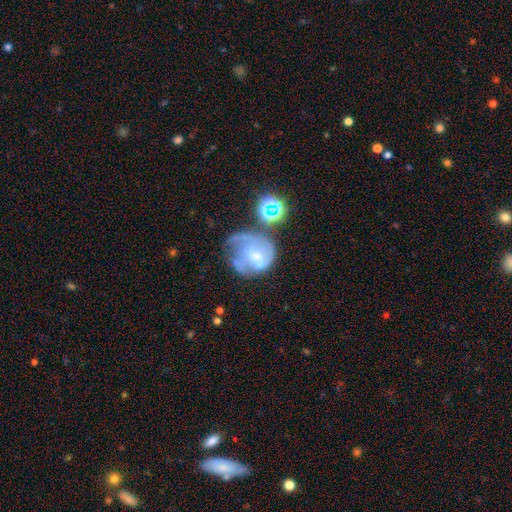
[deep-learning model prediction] Morphology: type=featured or disk (59%); edge-on=no (98%); bar=no (61%); spiral arms=yes (58%); bulge=small (38%); merging=major disturbance (33%).